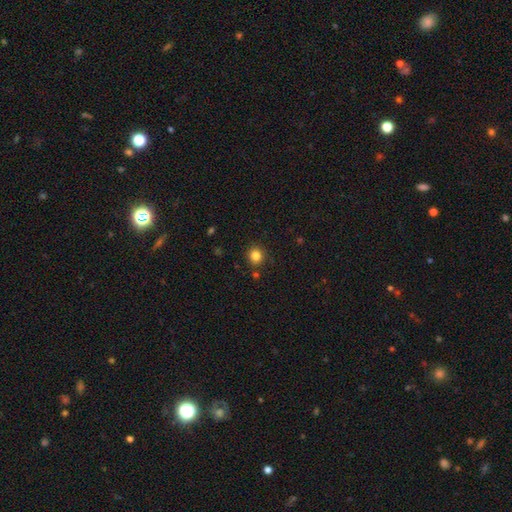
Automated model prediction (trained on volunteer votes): Smooth or featured?
  - smooth: 83% *
  - star or artifact: 12%
  - featured or disk: 5%
How rounded?
  - round: 87% *
  - in between: 12%
  - cigar-shaped: 1%
Merging?
  - none: 86% *
  - minor disturbance: 8%
  - merger: 3%
  - major disturbance: 2%